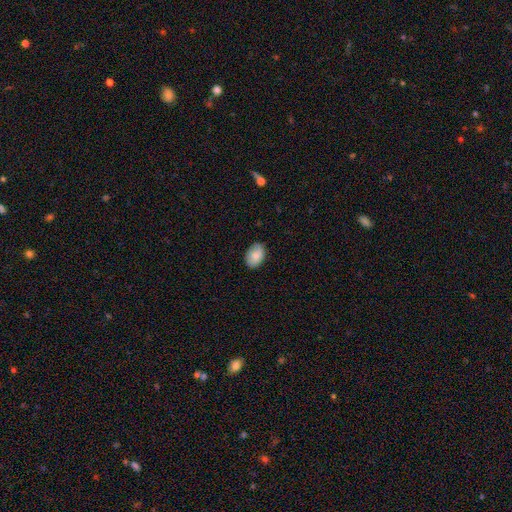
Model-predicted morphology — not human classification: The model was most divided on "merging": none: 80%, minor disturbance: 16%, major disturbance: 3%, merger: 1%. More confident: how rounded — in between (86%); smooth or featured — smooth (83%).